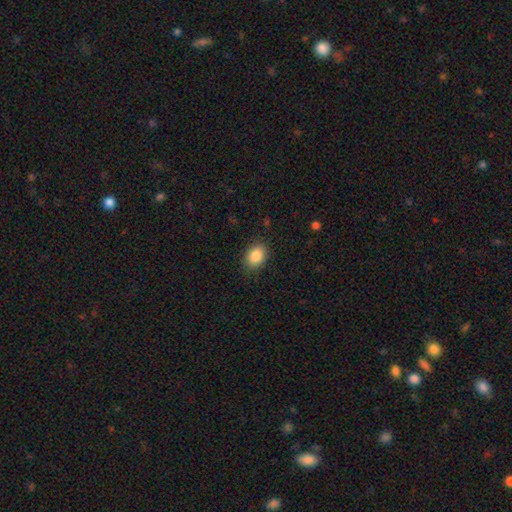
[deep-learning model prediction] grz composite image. It shows a smooth galaxy with no disk features (87%) that is in between round and cigar-shaped (74%). Merging: none (85%).